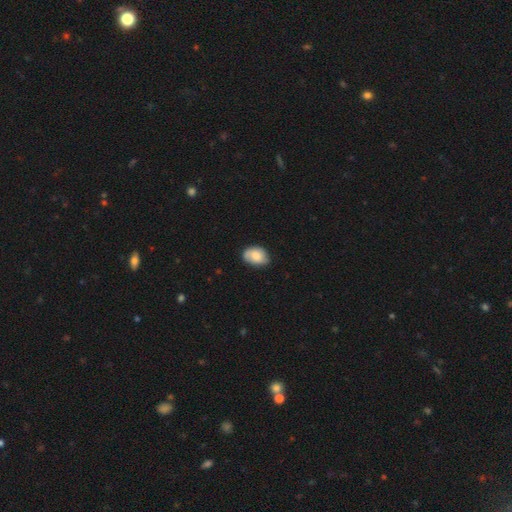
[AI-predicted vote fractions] This appears to be a smooth galaxy with no disk features (73%) that is in between round and cigar-shaped (77%). Merging: none (65%).